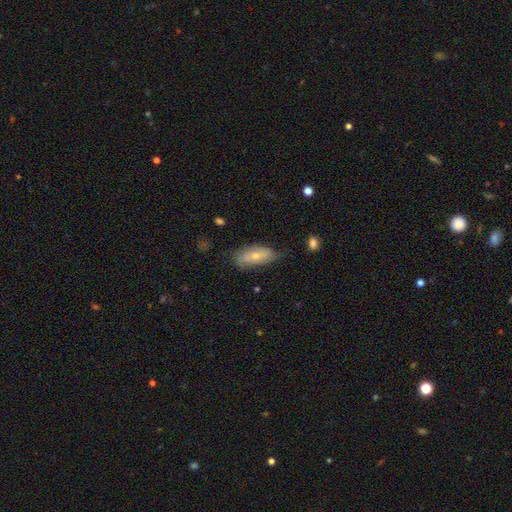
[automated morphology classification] Q: Smooth or featured?
A: smooth (46%); runner-up: featured or disk (45%)
Q: Merging?
A: none (61%); runner-up: minor disturbance (30%)